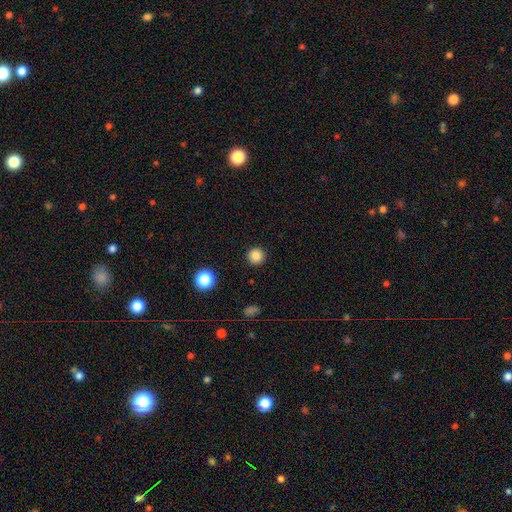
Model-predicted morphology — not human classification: smooth-or-featured: smooth: 85% | star or artifact: 12% | featured or disk: 4%
  how-rounded: round: 96% | in between: 3% | cigar-shaped: 1%
  merging: none: 92% | minor disturbance: 5% | major disturbance: 2% | merger: 1%